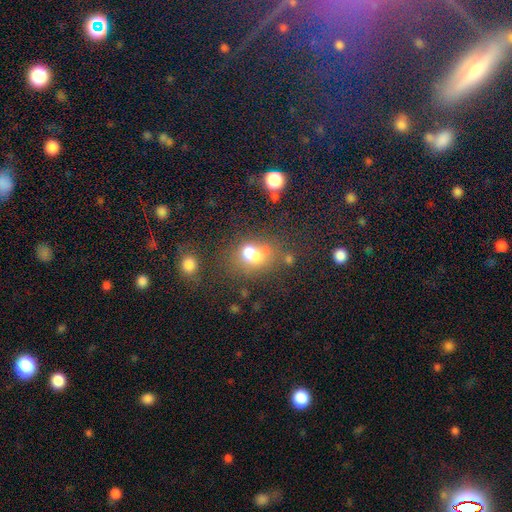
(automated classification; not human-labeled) Overall: smooth (63%). How rounded: in between (53%; round 46%). Merging: merger (46%; none 28%).